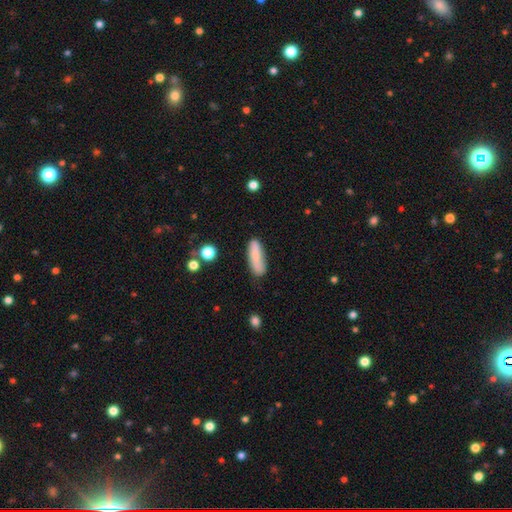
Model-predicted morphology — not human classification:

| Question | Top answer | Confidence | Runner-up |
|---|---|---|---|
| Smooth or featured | smooth | 80% | featured or disk (13%) |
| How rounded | cigar-shaped | 56% | in between (42%) |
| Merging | none | 77% | minor disturbance (17%) |